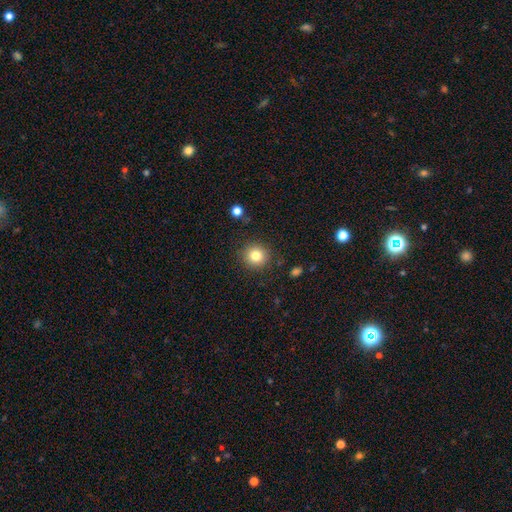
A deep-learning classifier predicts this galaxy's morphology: The model was most divided on "smooth or featured": smooth: 81%, star or artifact: 11%, featured or disk: 7%. More confident: how rounded — round (91%); merging — none (88%).